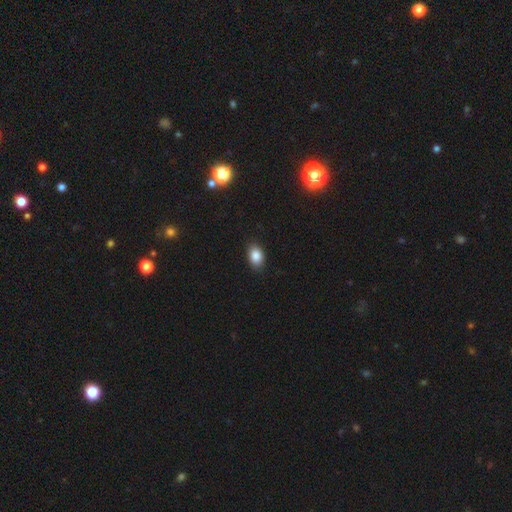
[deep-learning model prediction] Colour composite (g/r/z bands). It shows a smooth galaxy with no disk features (86%) that is in between round and cigar-shaped (85%). Merging: none (88%).